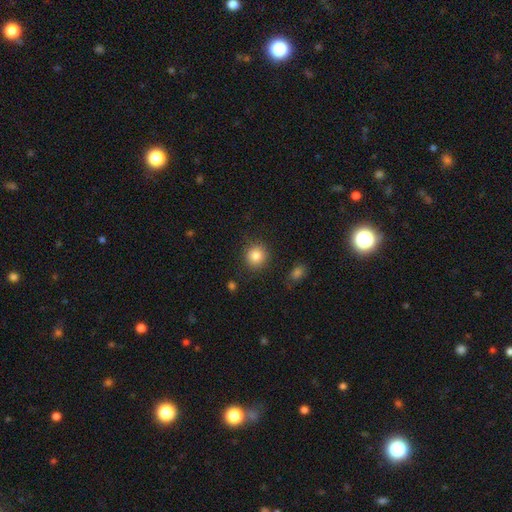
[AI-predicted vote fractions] Morphology: type=smooth (85%); roundness=round (88%); merging=none (86%).